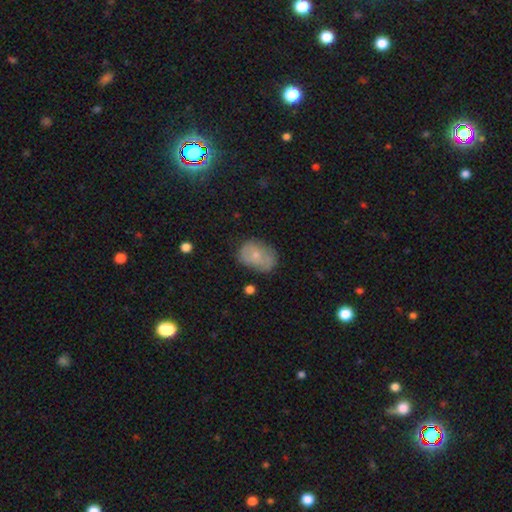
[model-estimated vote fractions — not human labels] smooth 60%, featured or disk 31%, star or artifact 9%. Down the decision tree: how rounded — in between (72%); merging — none (59%).